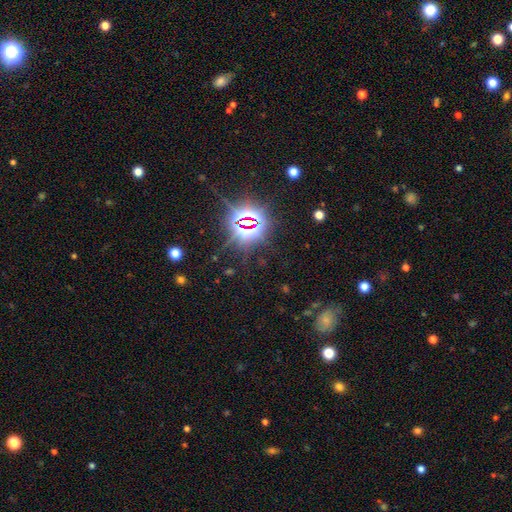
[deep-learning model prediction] The model was most divided on "smooth or featured": star or artifact: 83%, smooth: 11%, featured or disk: 7%.